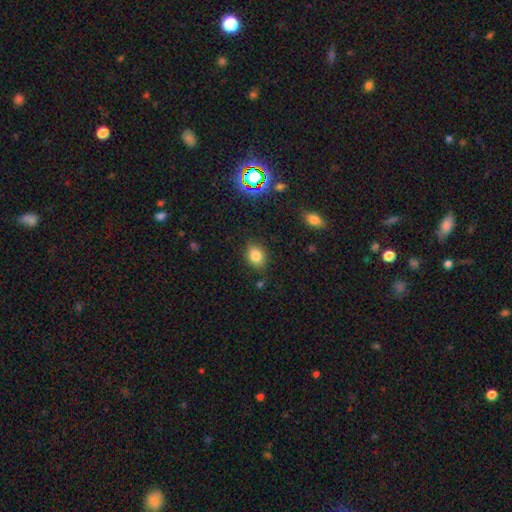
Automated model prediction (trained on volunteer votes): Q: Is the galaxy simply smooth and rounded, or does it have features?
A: smooth — 80%.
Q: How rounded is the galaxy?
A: in between — 59%.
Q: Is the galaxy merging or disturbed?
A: none — 82%.